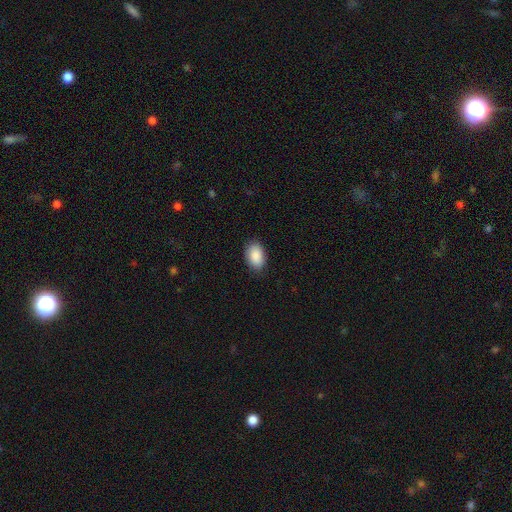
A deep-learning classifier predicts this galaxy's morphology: smooth_or_featured: smooth (p=0.90) [alt: star or artifact p=0.07]
how_rounded: in between (p=0.90) [alt: round p=0.09]
merging: none (p=0.86) [alt: minor disturbance p=0.11]